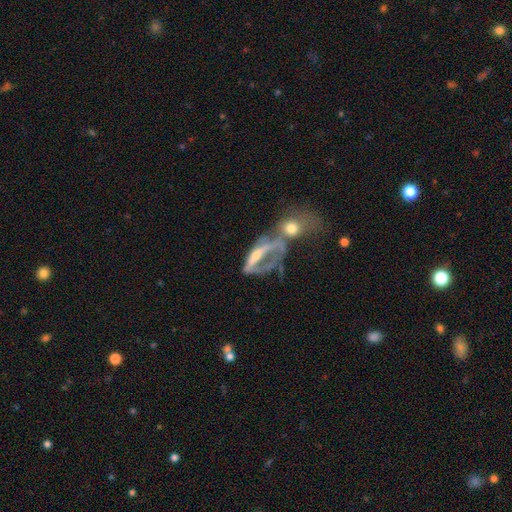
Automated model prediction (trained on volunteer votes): Overall: featured or disk (57%; smooth 32%). Edge-on disk: no (83%). Merging: merger (50%; major disturbance 30%).